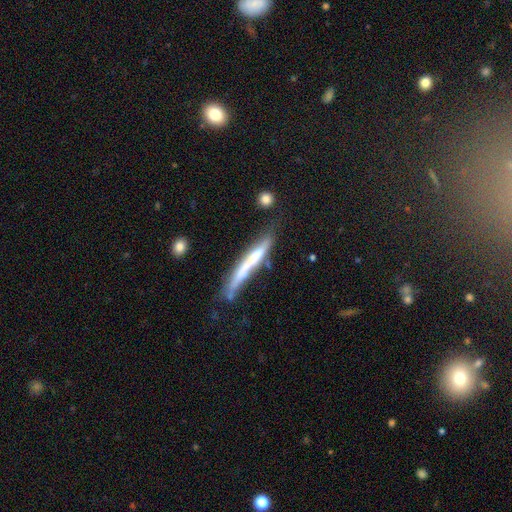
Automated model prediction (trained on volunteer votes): Morphology: type=featured or disk (48%); merging=none (55%).